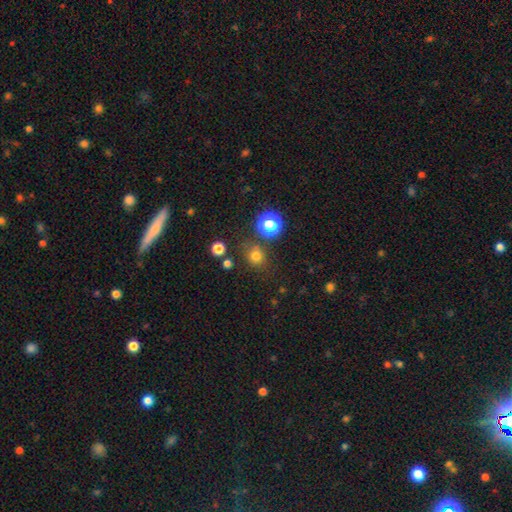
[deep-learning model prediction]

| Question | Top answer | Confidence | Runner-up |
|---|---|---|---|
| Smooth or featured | smooth | 74% | star or artifact (20%) |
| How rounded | round | 80% | in between (19%) |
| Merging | none | 78% | minor disturbance (11%) |